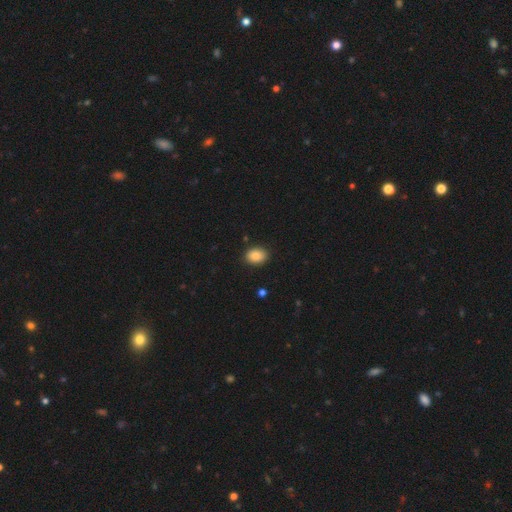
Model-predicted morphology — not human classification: This is clearly a smooth galaxy (85%). How rounded: likely in between (68%). Merging: clearly none (89%).